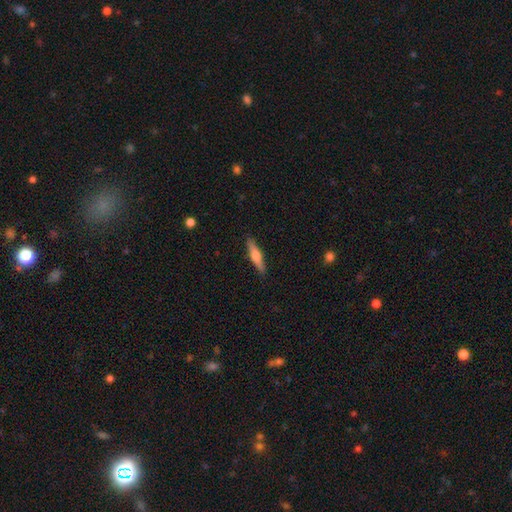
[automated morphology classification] Overall: featured or disk (53%; smooth 41%). Edge-on disk: yes (96%). Edge-on bulge: rounded (92%). Merging: none (90%).